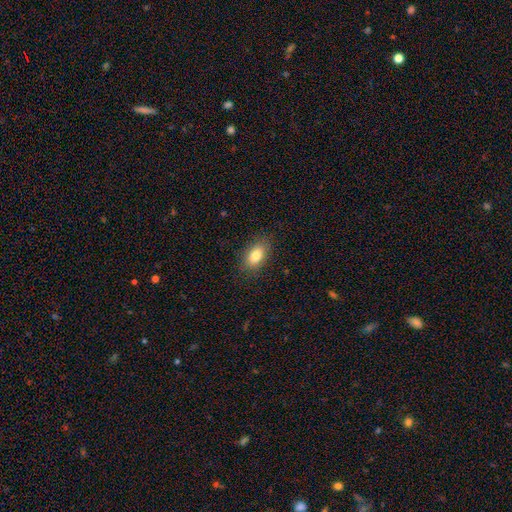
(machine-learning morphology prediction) This is clearly a smooth galaxy (81%). How rounded: clearly in between (88%). Merging: clearly none (85%).